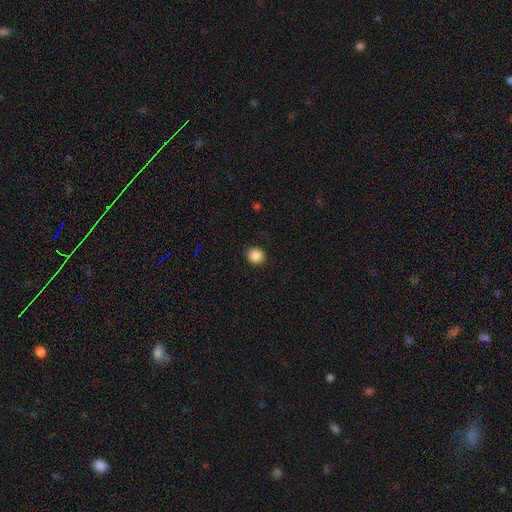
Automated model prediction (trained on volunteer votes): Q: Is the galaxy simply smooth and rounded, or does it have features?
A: smooth — 87%.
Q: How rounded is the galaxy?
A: round — 86%.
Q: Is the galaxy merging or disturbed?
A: none — 91%.